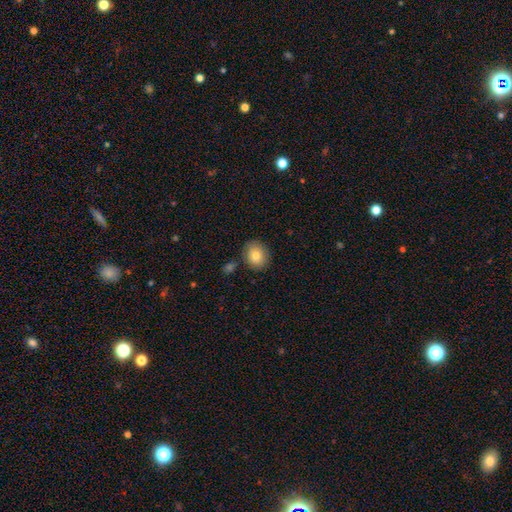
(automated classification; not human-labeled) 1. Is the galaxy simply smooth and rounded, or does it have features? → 81% smooth, 11% featured or disk, 8% star or artifact.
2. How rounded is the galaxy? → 59% round, 40% in between, 1% cigar-shaped.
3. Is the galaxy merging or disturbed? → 80% none, 12% minor disturbance, 5% merger, 3% major disturbance.